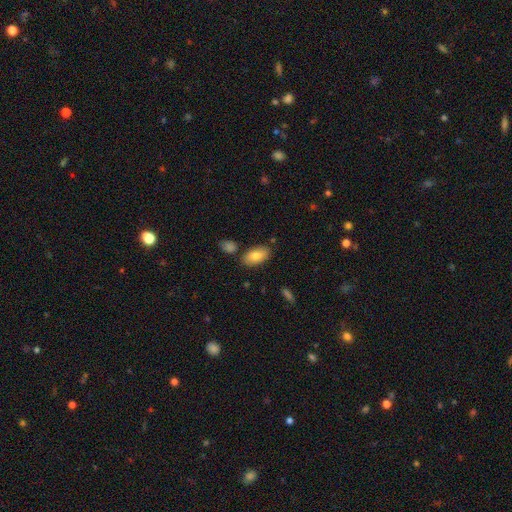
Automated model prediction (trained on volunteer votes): The model was most divided on "smooth or featured": smooth: 78%, featured or disk: 15%, star or artifact: 7%. More confident: how rounded — in between (93%); merging — none (80%).